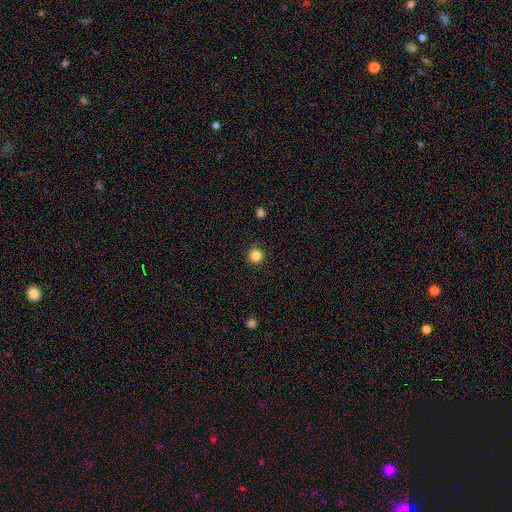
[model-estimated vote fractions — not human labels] A smooth galaxy with no disk features (84%) that is round (95%). Merging: none (90%).